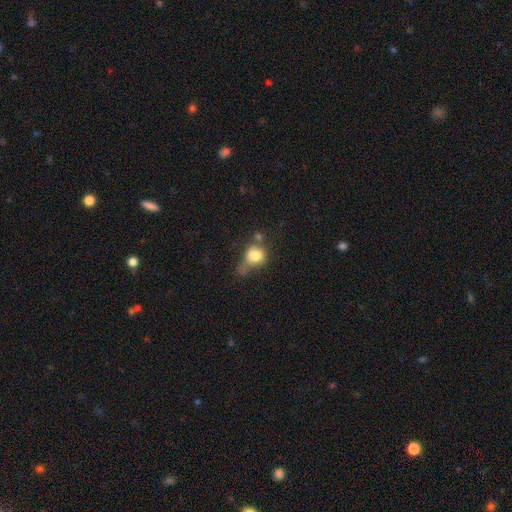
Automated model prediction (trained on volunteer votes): smooth-or-featured: smooth: 74% | featured or disk: 15% | star or artifact: 11%
  how-rounded: round: 66% | in between: 32% | cigar-shaped: 2%
  merging: none: 31% | minor disturbance: 26% | merger: 24% | major disturbance: 19%